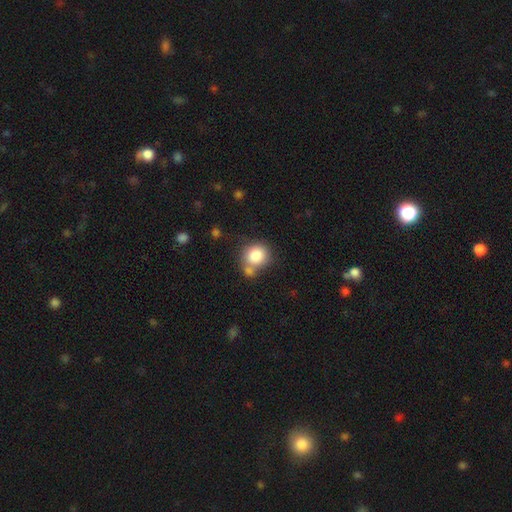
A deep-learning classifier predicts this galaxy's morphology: Smooth or featured? Predicted: smooth (p=0.83). How rounded? Predicted: round (p=0.82). Merging? Predicted: none (p=0.53).